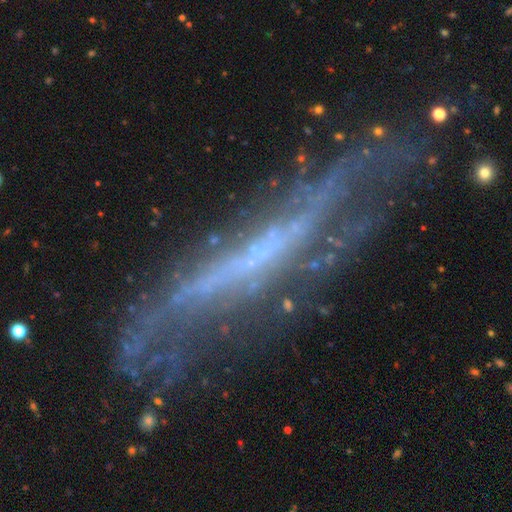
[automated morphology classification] Smooth or featured? featured or disk (74%)
Edge-on disk? yes (61%)
Merging? none (56%)